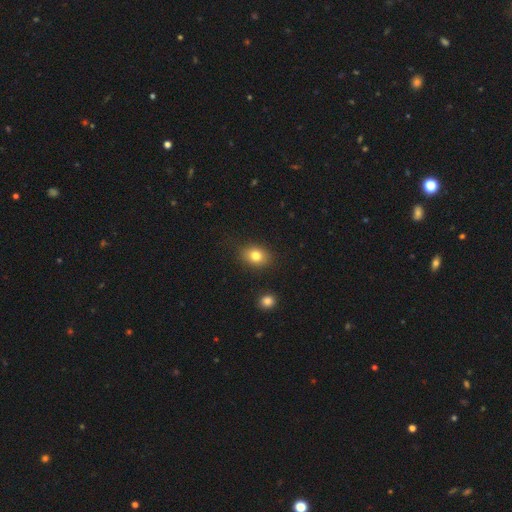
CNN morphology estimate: Q: Smooth or featured?
A: smooth (80%); runner-up: star or artifact (11%)
Q: How rounded?
A: in between (57%); runner-up: round (42%)
Q: Merging?
A: none (84%); runner-up: minor disturbance (11%)